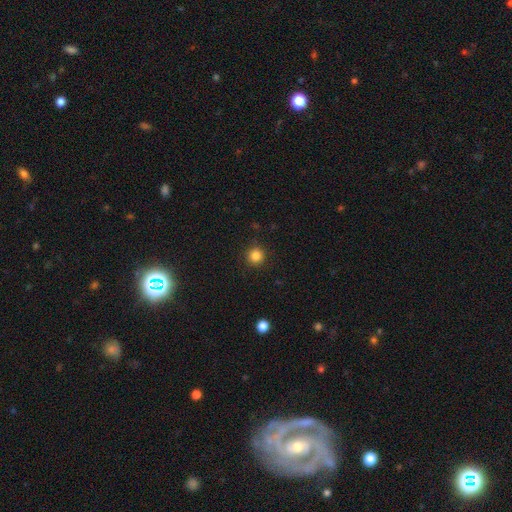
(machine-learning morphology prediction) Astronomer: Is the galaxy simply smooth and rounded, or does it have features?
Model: smooth — 84%.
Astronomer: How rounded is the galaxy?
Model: round — 95%.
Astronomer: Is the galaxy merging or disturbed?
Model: none — 91%.